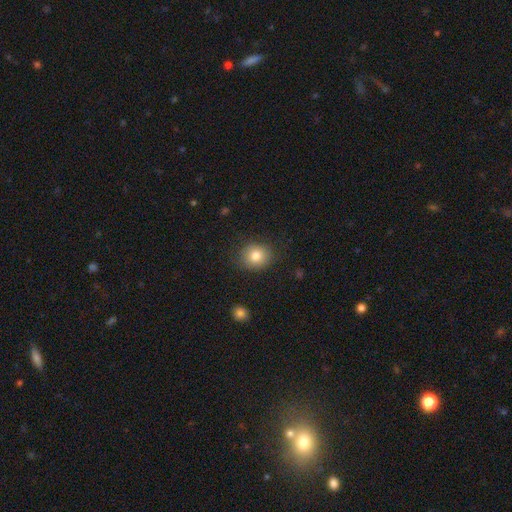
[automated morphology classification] This is clearly a smooth galaxy (81%). How rounded: likely round (77%). Merging: clearly none (85%).